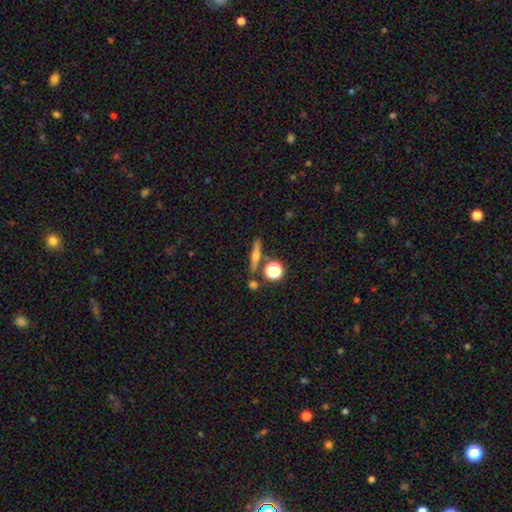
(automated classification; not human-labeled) Smooth or featured: featured or disk — 50% (smooth — 38%)
Merging: none — 80% (minor disturbance — 9%)